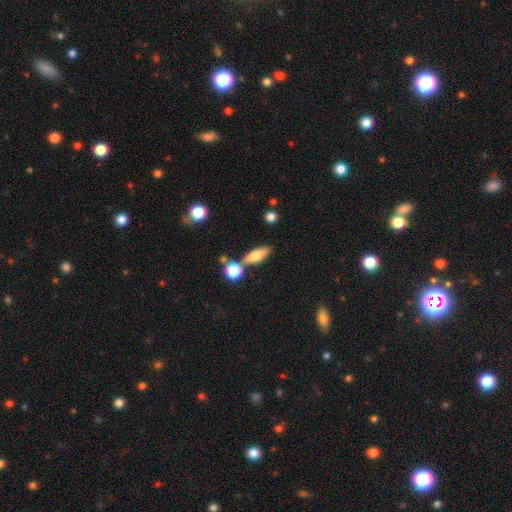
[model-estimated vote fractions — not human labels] Smooth or featured?
  - smooth: 67% *
  - featured or disk: 25%
  - star or artifact: 8%
How rounded?
  - in between: 60% *
  - cigar-shaped: 33%
  - round: 7%
Merging?
  - none: 65% *
  - merger: 19%
  - minor disturbance: 12%
  - major disturbance: 4%